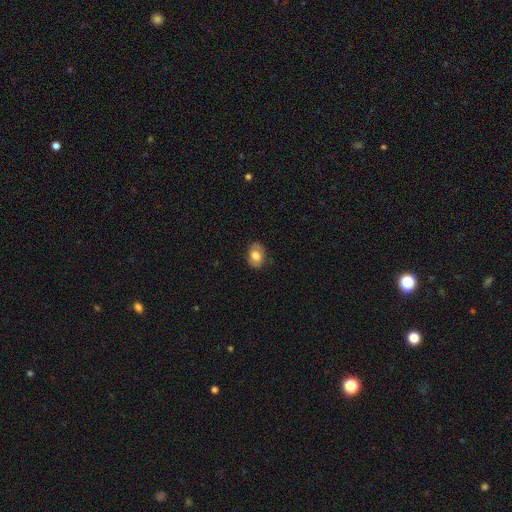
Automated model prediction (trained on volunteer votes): smooth 71%, featured or disk 22%, star or artifact 7%. Down the decision tree: how rounded — in between (75%); merging — none (81%).